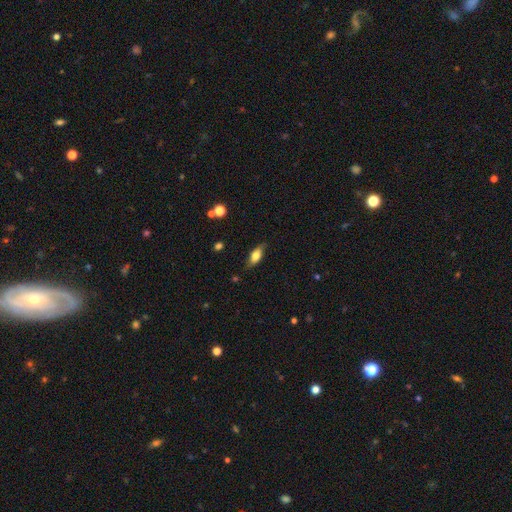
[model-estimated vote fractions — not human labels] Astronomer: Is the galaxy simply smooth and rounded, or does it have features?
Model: smooth — 70%.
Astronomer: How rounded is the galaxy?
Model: in between — 78%.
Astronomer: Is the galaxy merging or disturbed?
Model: none — 79%.